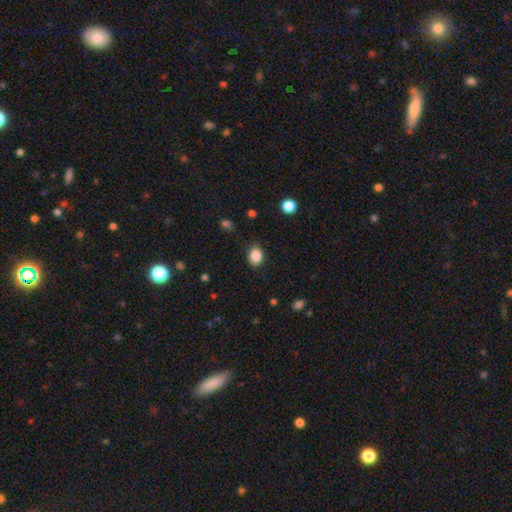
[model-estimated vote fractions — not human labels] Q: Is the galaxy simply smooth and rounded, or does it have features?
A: smooth — 87%.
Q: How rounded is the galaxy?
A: in between — 50%.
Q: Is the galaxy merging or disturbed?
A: none — 82%.